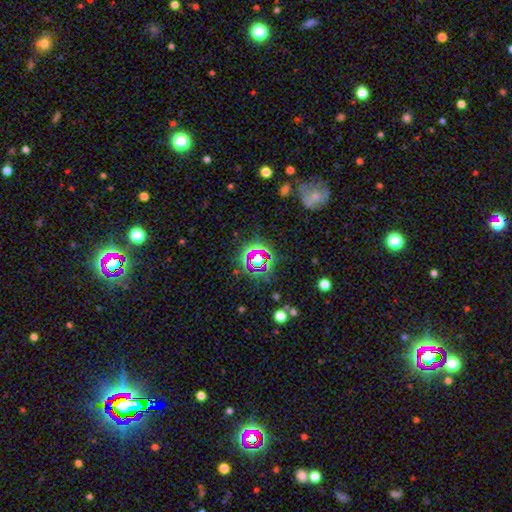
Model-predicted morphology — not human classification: smooth_or_featured: star or artifact (p=0.70) [alt: smooth p=0.19]